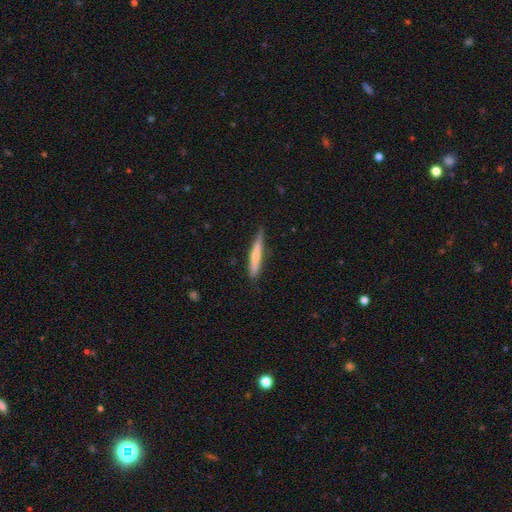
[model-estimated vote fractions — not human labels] smooth_or_featured: smooth (p=0.60) [alt: featured or disk p=0.35]
how_rounded: cigar-shaped (p=0.93) [alt: in between p=0.05]
merging: none (p=0.77) [alt: minor disturbance p=0.19]